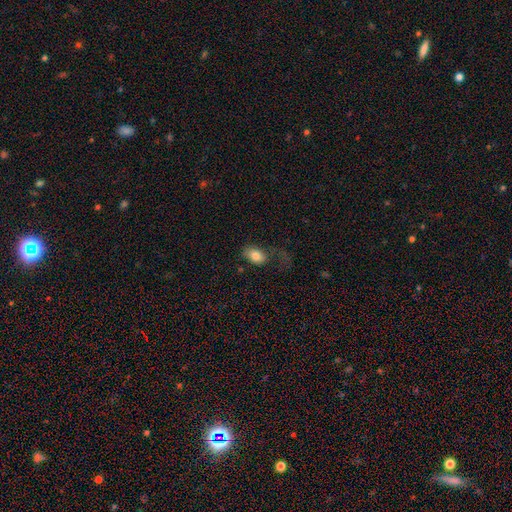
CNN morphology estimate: This appears to be a smooth galaxy with no disk features (81%) that is in between round and cigar-shaped (87%). Merging: none (42%).